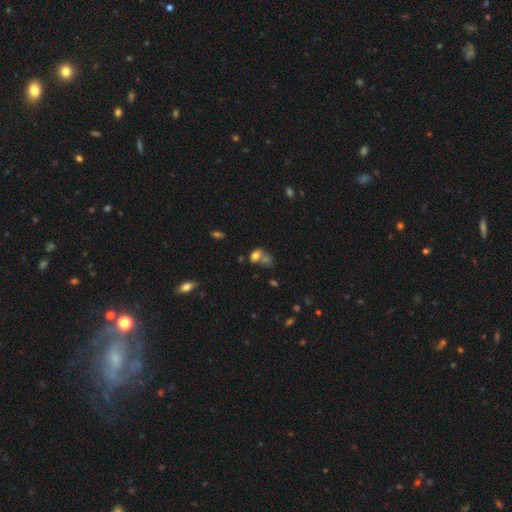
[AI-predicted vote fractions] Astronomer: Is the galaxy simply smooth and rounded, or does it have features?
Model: smooth — 70%.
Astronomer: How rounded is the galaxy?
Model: in between — 61% (runner-up: round, 37%).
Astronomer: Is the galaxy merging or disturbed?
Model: merger — 49% (runner-up: none, 29%).